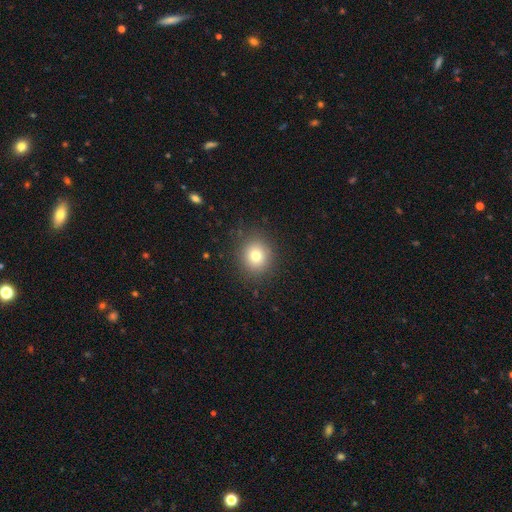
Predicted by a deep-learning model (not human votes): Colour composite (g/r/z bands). It shows a smooth galaxy with no disk features (77%) that is round (85%). Merging: none (88%).